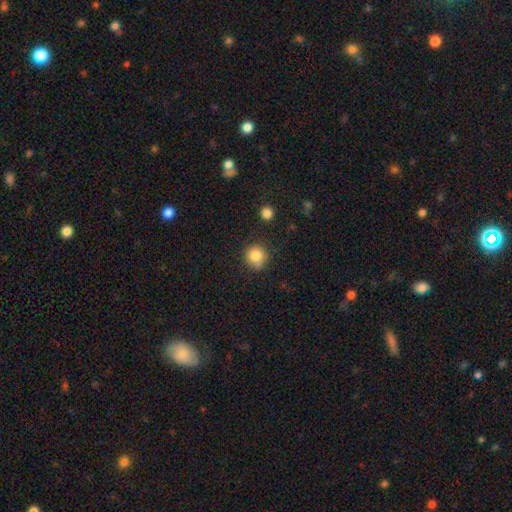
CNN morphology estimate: A smooth galaxy with no disk features (85%) that is round (92%). Merging: none (80%).